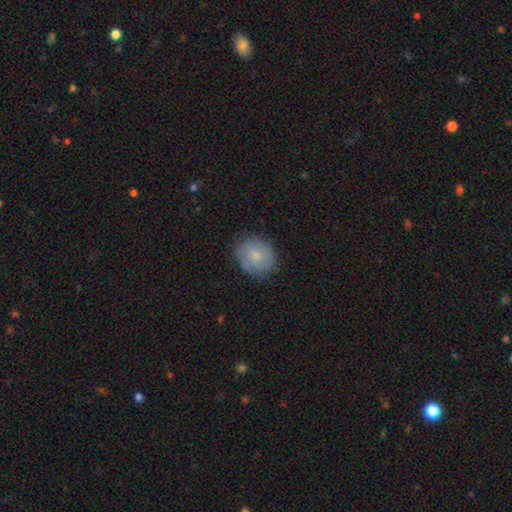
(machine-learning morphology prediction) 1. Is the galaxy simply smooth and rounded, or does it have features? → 70% smooth, 23% featured or disk, 7% star or artifact.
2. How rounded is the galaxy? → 64% round, 35% in between, 1% cigar-shaped.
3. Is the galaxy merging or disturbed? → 76% none, 18% minor disturbance, 4% major disturbance, 1% merger.